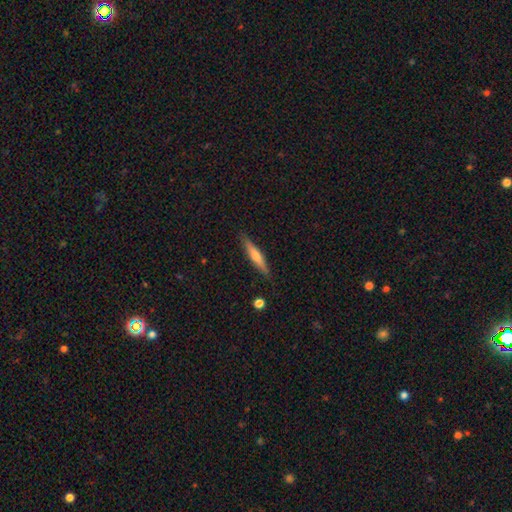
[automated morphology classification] smooth-or-featured: featured or disk: 47% (tied) | smooth: 47% (tied) | star or artifact: 6%
  merging: none: 88% | minor disturbance: 9% | major disturbance: 2% | merger: 1%